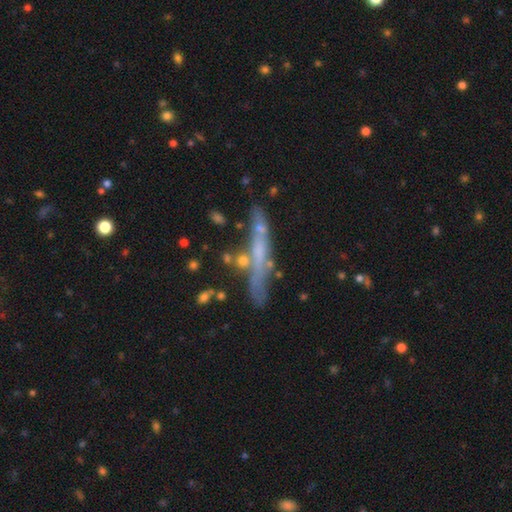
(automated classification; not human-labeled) This is possibly a featured or disk galaxy (56%). It is likely viewed edge-on (69%). Merging: possibly none (56%).